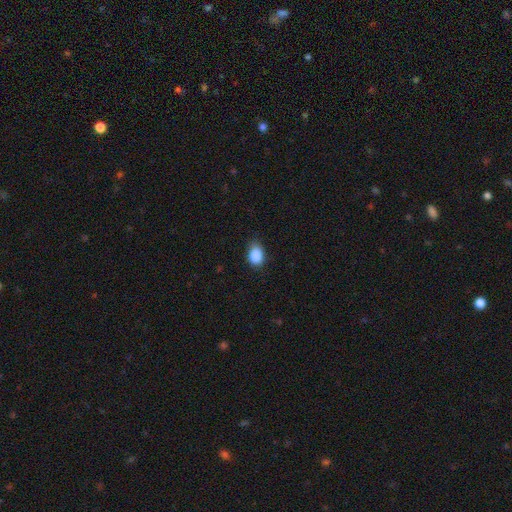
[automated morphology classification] Q: Smooth or featured?
A: smooth (87%); runner-up: star or artifact (9%)
Q: How rounded?
A: in between (71%); runner-up: round (28%)
Q: Merging?
A: none (69%); runner-up: minor disturbance (26%)